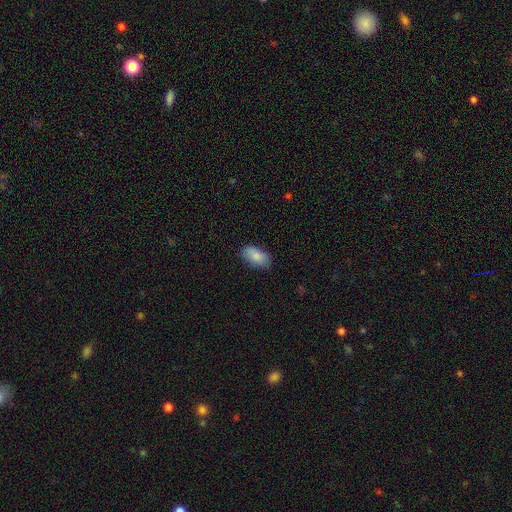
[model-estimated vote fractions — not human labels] The model was most divided on "merging": none: 81%, minor disturbance: 15%, major disturbance: 3%, merger: 1%. More confident: how rounded — in between (93%); smooth or featured — smooth (87%).